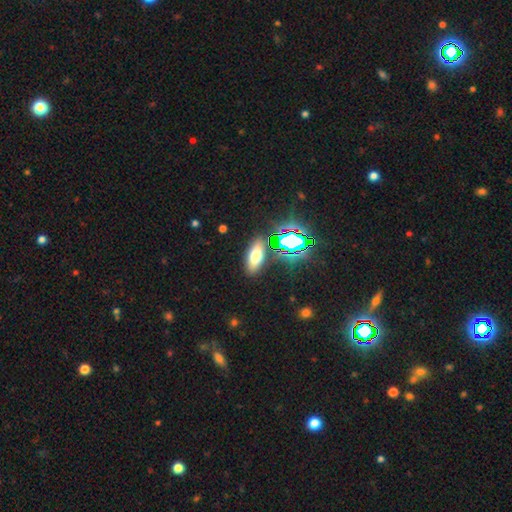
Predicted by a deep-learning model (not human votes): Morphology: type=smooth (57%); roundness=in between (69%); merging=none (84%).